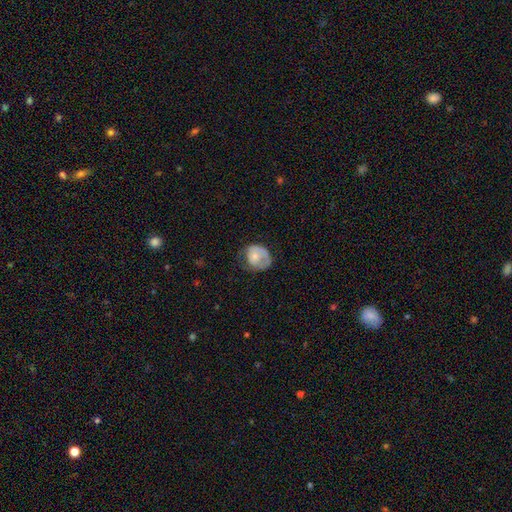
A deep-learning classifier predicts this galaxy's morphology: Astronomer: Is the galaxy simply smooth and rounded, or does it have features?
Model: smooth — 58% (runner-up: featured or disk, 35%).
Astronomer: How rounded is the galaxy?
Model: round — 60% (runner-up: in between, 39%).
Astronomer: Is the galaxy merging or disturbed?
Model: none — 41% (runner-up: minor disturbance, 31%).